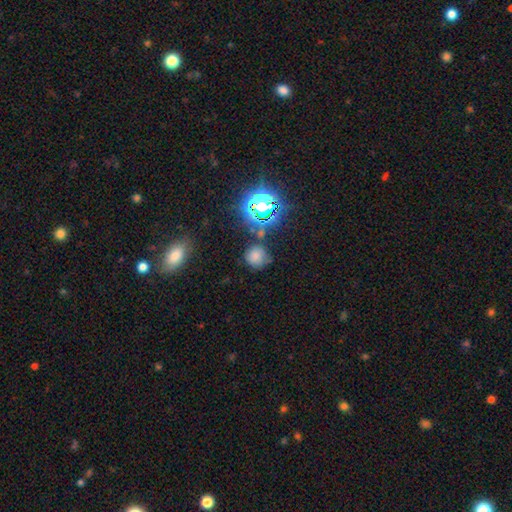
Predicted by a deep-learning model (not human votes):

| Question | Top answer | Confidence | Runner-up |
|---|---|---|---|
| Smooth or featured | smooth | 67% | star or artifact (24%) |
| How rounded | round | 87% | in between (12%) |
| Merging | none | 68% | minor disturbance (18%) |